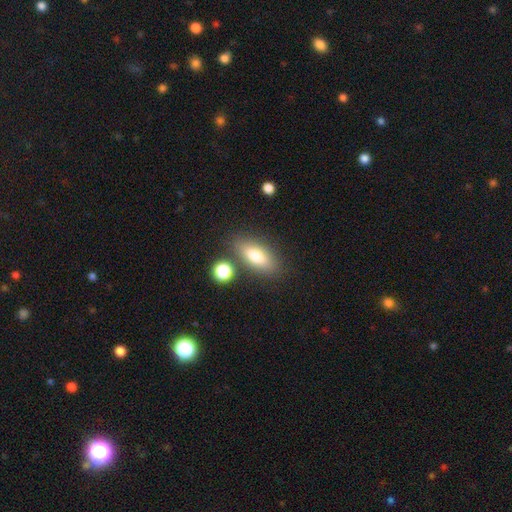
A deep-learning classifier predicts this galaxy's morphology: A smooth galaxy with no disk features (73%) that is in between round and cigar-shaped (77%). Merging: none (77%).